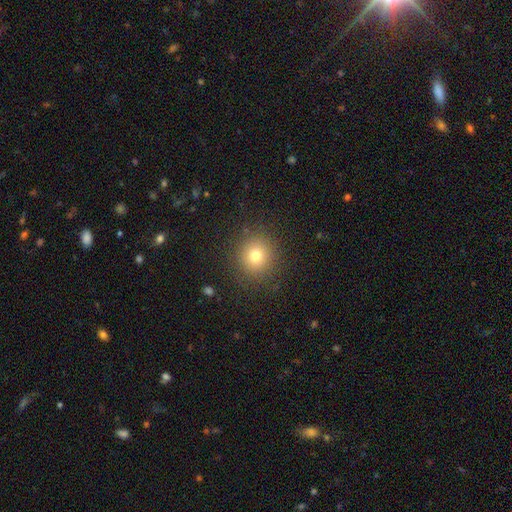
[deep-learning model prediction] Smooth or featured: smooth — 76% (star or artifact — 15%)
How rounded: round — 89% (in between — 10%)
Merging: none — 89% (minor disturbance — 7%)